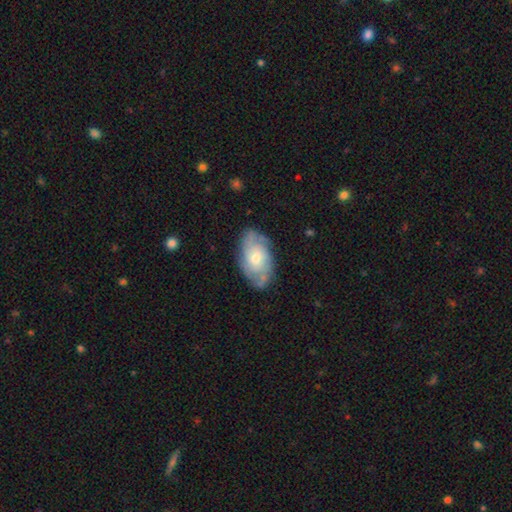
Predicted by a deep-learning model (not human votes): A featured or disk galaxy (72%) with no bar (73%), can't tell (29%, tied with 2) tight (56%) spiral arms (91%) and a moderate central bulge (56%). Merging: none (80%).